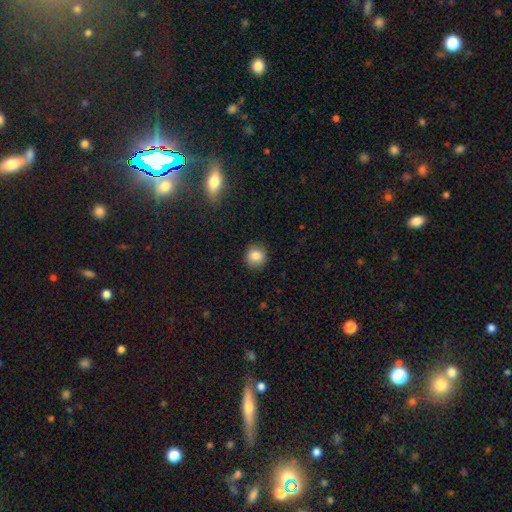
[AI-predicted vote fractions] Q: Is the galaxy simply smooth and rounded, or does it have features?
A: smooth — 84%.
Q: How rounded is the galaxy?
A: round — 88%.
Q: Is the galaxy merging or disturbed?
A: none — 88%.